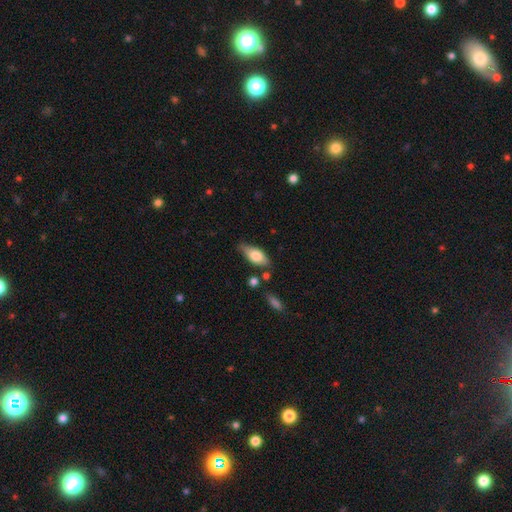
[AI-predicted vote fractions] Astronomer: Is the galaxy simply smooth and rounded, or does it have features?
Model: smooth — 74%.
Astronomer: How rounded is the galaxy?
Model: in between — 84%.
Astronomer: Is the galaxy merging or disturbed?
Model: none — 68%.